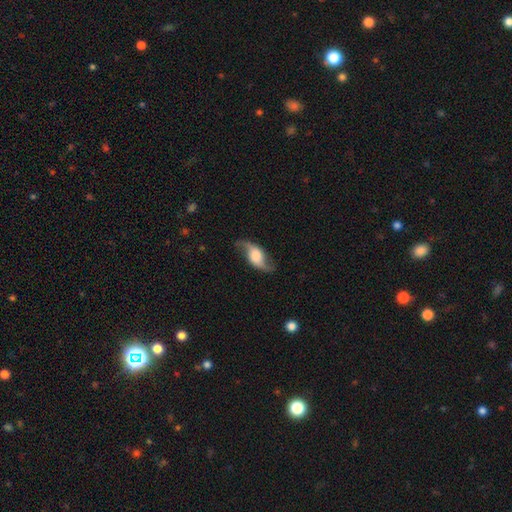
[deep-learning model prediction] A featured or disk galaxy (79%) with no bar (58%), 2 (94%) loose (82%) spiral arms (95%) and a large central bulge (42%).

Vote fractions:
- Smooth or featured? featured or disk: 79% / smooth: 14% / star or artifact: 6%
- Edge-on disk? no: 89% / yes: 11%
- Bar? no: 58% / weak: 31% / strong: 11%
- Spiral arms? yes: 95% / no: 5%
- Spiral winding? loose: 82% / medium: 14% / tight: 4%
- Spiral arm count? 2: 94% / can't tell: 2% / 1: 2% / 3: 1% / 4: 1% / more than 4: 1%
- Bulge size? large: 42% / moderate: 24% / dominant: 13% / small: 12% / none: 11%
- Merging? none: 77% / minor disturbance: 15% / major disturbance: 6% / merger: 2%